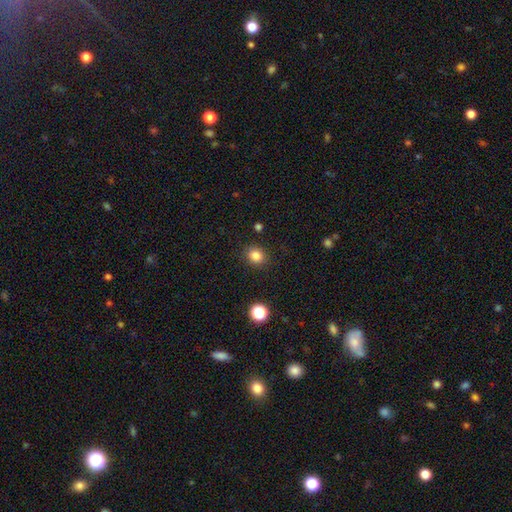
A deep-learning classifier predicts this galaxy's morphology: This appears to be a smooth galaxy with no disk features (83%) that is round (69%). Merging: none (87%).